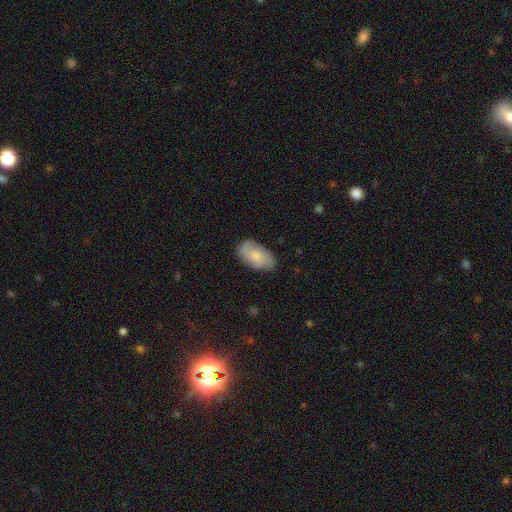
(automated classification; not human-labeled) A smooth galaxy with no disk features (72%) that is in between round and cigar-shaped (94%).

Vote fractions:
- Smooth or featured? smooth: 72% / featured or disk: 22% / star or artifact: 6%
- How rounded? in between: 94% / round: 4% / cigar-shaped: 2%
- Merging? none: 74% / minor disturbance: 21% / major disturbance: 4% / merger: 1%